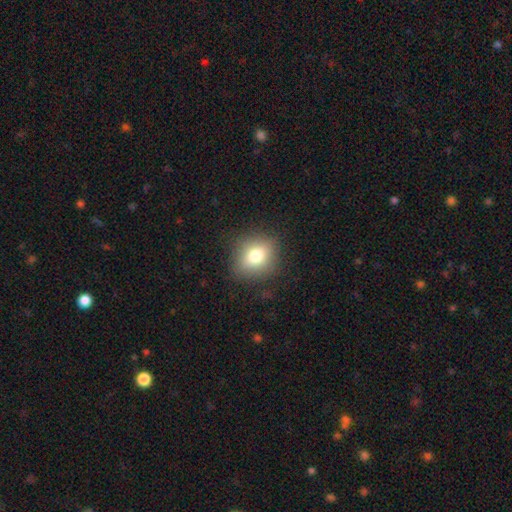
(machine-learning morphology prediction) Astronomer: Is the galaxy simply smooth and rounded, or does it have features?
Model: smooth — 77%.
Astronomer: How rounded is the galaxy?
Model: round — 73%.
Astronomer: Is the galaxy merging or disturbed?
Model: none — 85%.